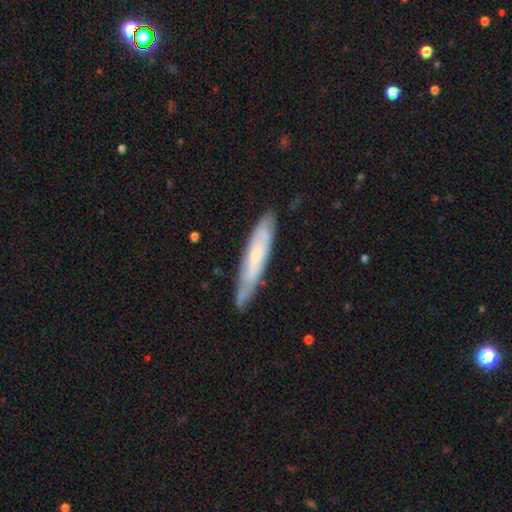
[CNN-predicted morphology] This appears to be a featured or disk galaxy (53%) viewed edge-on (55%). Merging: none (77%).